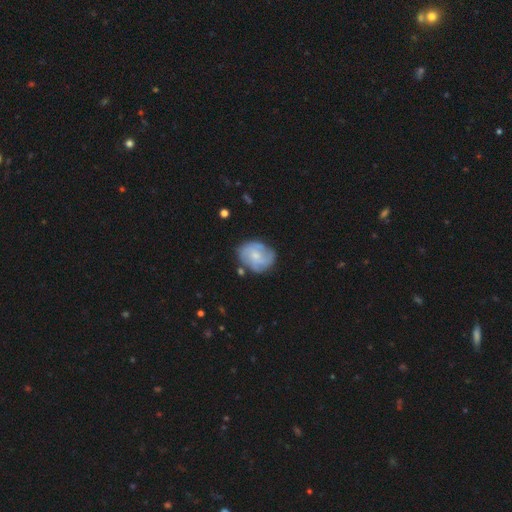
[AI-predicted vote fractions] The model was most divided on "smooth or featured": featured or disk: 60%, smooth: 33%, star or artifact: 7%. More confident: edge-on disk — no (98%); spiral arms — yes (82%); bar — no (70%); merging — none (68%); bulge size — small (59%).